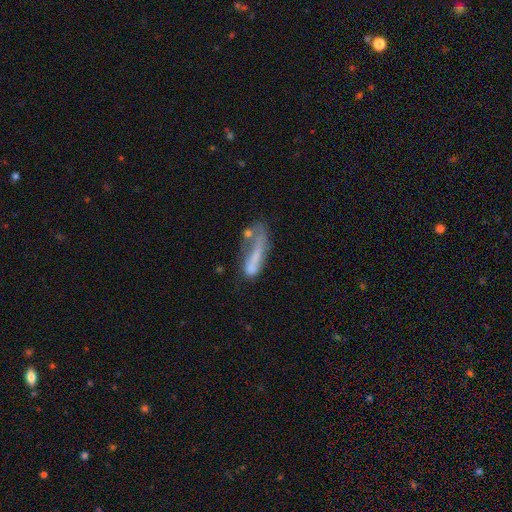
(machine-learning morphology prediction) type=smooth (48%); merging=major disturbance (32%).